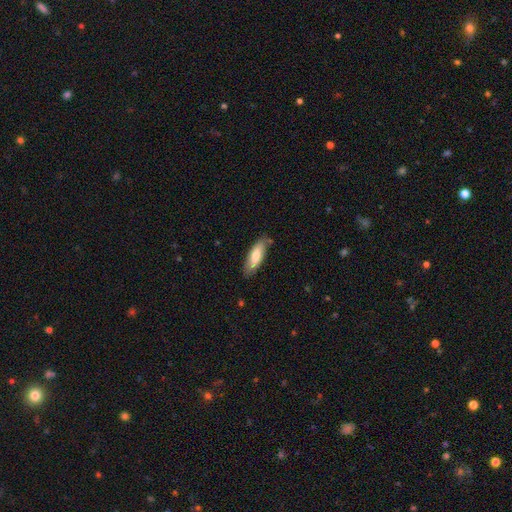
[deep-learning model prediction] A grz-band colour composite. It shows a smooth galaxy with no disk features (69%) that is in between round and cigar-shaped (60%). Merging: none (78%).